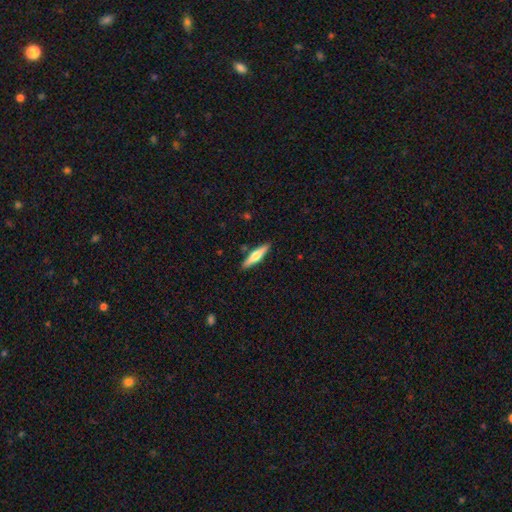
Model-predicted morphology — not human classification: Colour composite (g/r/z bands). It shows a smooth galaxy with no disk features (49%). Merging: none (88%).